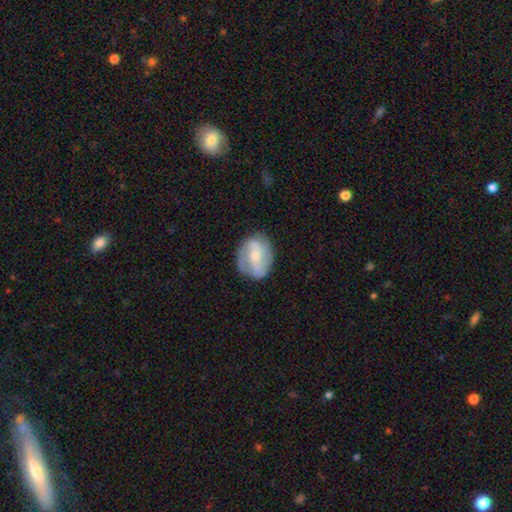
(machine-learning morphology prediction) A featured or disk galaxy (61%) with a weak bar (38%), spiral arms (72%) and a small central bulge (49%).

Vote fractions:
- Smooth or featured? featured or disk: 61% / smooth: 33% / star or artifact: 6%
- Edge-on disk? no: 96% / yes: 4%
- Bar? weak: 38% / no: 33% / strong: 29%
- Spiral arms? yes: 72% / no: 28%
- Bulge size? small: 49% / moderate: 42% / none: 5% / large: 4% / dominant: 1%
- Merging? none: 72% / minor disturbance: 19% / major disturbance: 7% / merger: 2%